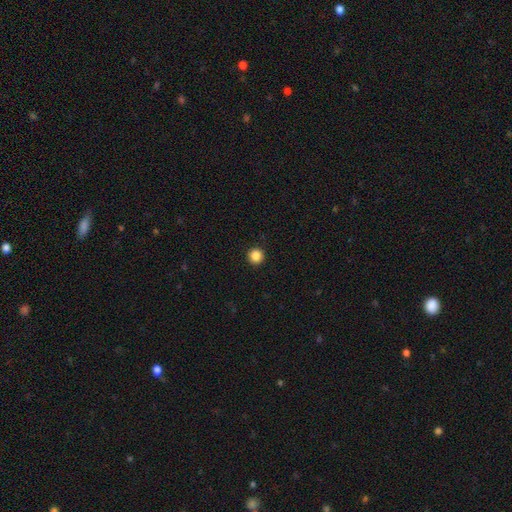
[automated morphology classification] Overall: smooth (87%). How rounded: round (95%). Merging: none (94%).